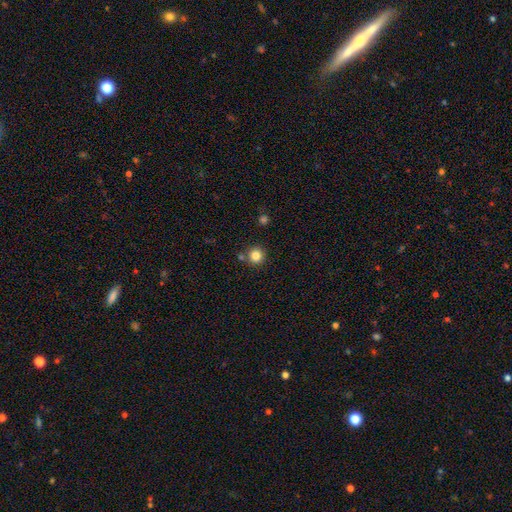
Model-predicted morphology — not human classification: A smooth galaxy with no disk features (83%) that is round (93%). Merging: none (81%).